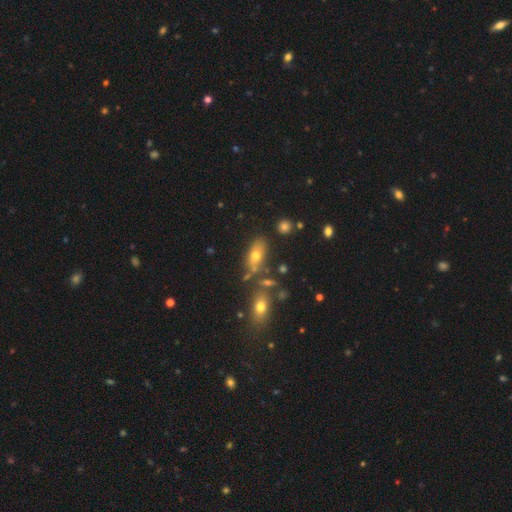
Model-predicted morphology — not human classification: A smooth galaxy with no disk features (59%) that is in between round and cigar-shaped (79%).

Vote fractions:
- Smooth or featured? smooth: 59% / featured or disk: 25% / star or artifact: 16%
- How rounded? in between: 79% / cigar-shaped: 14% / round: 7%
- Merging? none: 62% / minor disturbance: 16% / merger: 15% / major disturbance: 6%